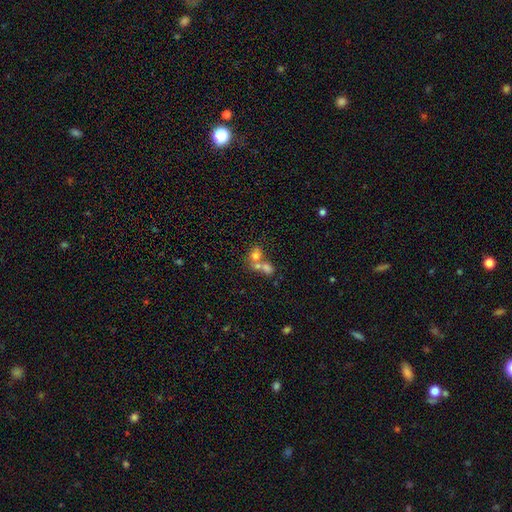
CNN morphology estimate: A smooth galaxy with no disk features (66%) that is round (59%). Merging: merger (61%).